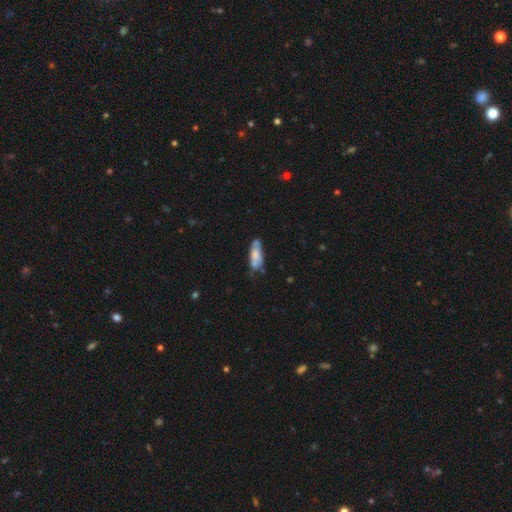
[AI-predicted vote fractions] This is likely a smooth galaxy (62%). How rounded: likely in between (63%). Merging: possibly none (55%).